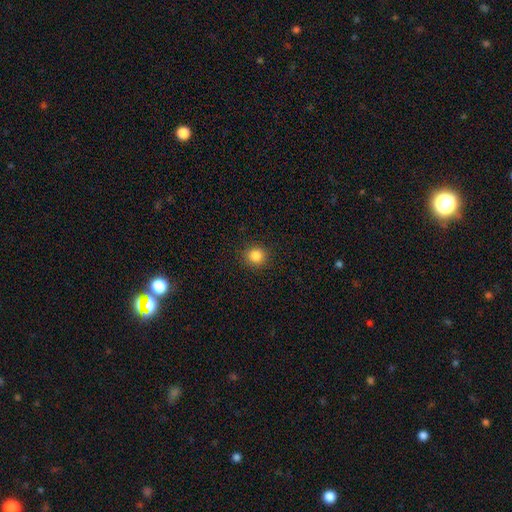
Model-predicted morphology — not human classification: A smooth galaxy with no disk features (85%) that is round (89%).

Vote fractions:
- Smooth or featured? smooth: 85% / star or artifact: 11% / featured or disk: 4%
- How rounded? round: 89% / in between: 10% / cigar-shaped: 1%
- Merging? none: 91% / minor disturbance: 6% / major disturbance: 2% / merger: 1%